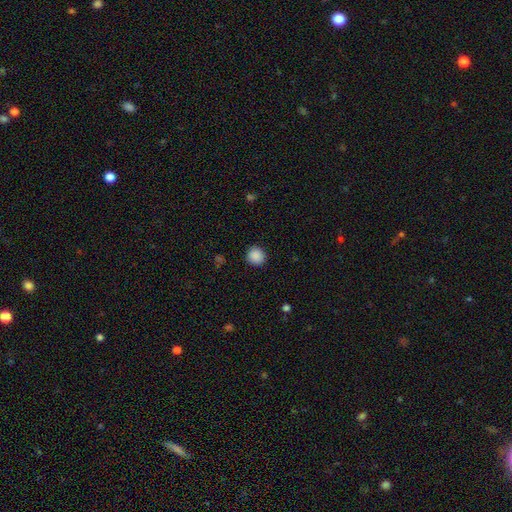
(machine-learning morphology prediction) smooth-or-featured: smooth: 88% | star or artifact: 9% | featured or disk: 3%
  how-rounded: round: 90% | in between: 9% | cigar-shaped: 1%
  merging: none: 90% | minor disturbance: 7% | major disturbance: 2% | merger: 1%